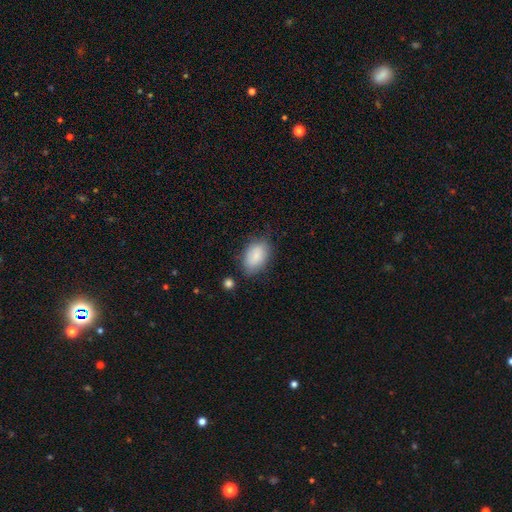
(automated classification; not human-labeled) This appears to be a smooth galaxy with no disk features (85%) that is in between round and cigar-shaped (91%). Merging: none (72%).